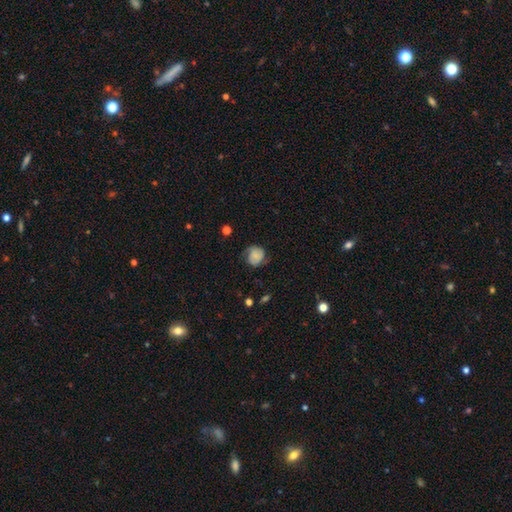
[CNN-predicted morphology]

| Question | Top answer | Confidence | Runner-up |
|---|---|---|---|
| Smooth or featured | smooth | 46% | featured or disk (45%) |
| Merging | none | 63% | minor disturbance (25%) |